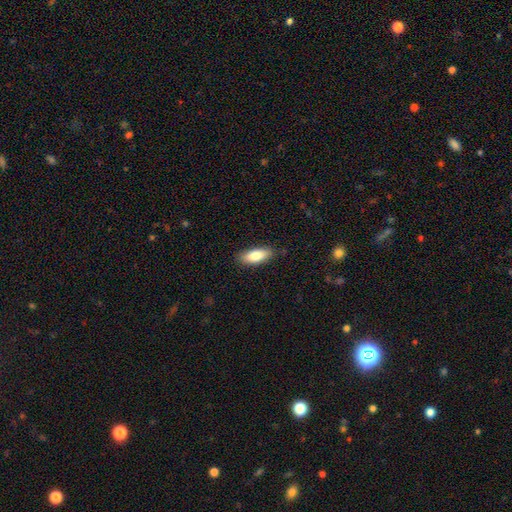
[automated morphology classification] smooth 83%, featured or disk 11%, star or artifact 6%. Down the decision tree: how rounded — in between (78%); merging — none (86%).